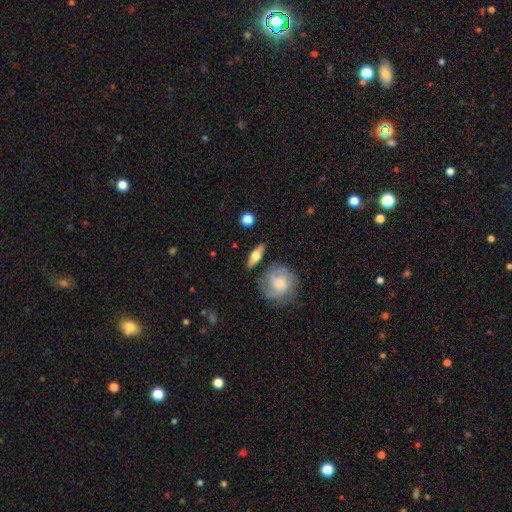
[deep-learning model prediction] Q: Smooth or featured?
A: featured or disk (48%); runner-up: smooth (45%)
Q: Merging?
A: none (76%); runner-up: minor disturbance (13%)